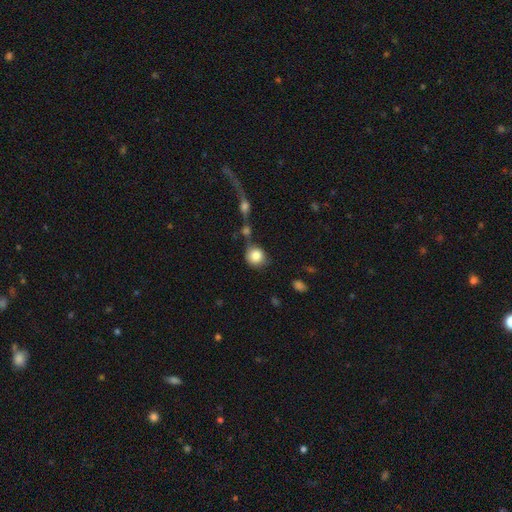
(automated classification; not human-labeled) Smooth or featured: smooth — 84% (featured or disk — 8%)
How rounded: round — 87% (in between — 12%)
Merging: none — 49% (merger — 24%)